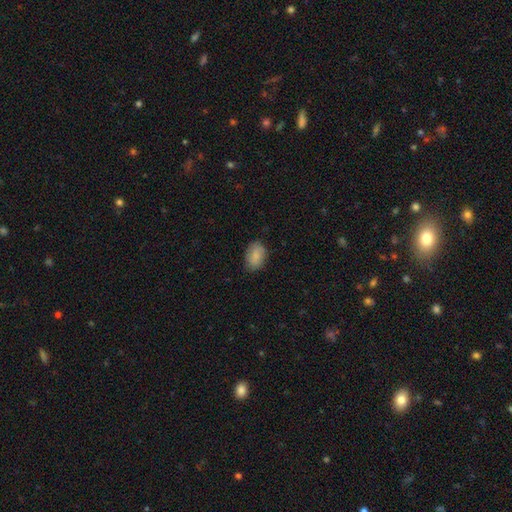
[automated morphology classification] A smooth galaxy with no disk features (86%) that is in between round and cigar-shaped (85%). Merging: none (78%).